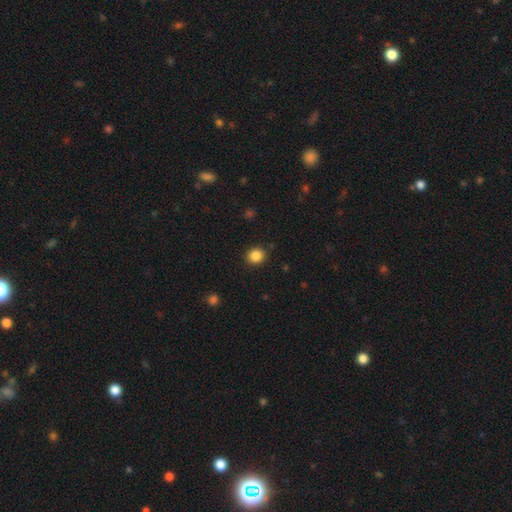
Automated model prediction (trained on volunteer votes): Smooth or featured?
  - smooth: 86% *
  - star or artifact: 10%
  - featured or disk: 4%
How rounded?
  - round: 77% *
  - in between: 22%
  - cigar-shaped: 1%
Merging?
  - none: 89% *
  - minor disturbance: 7%
  - major disturbance: 2%
  - merger: 1%